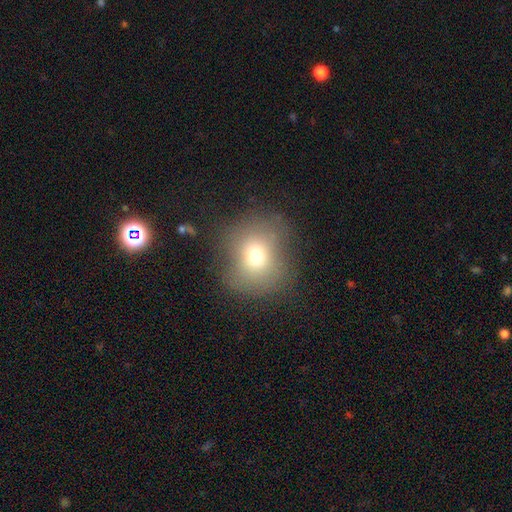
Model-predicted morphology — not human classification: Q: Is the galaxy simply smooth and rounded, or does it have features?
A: smooth — 69%.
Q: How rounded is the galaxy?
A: round — 79%.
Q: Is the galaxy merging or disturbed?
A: none — 74%.